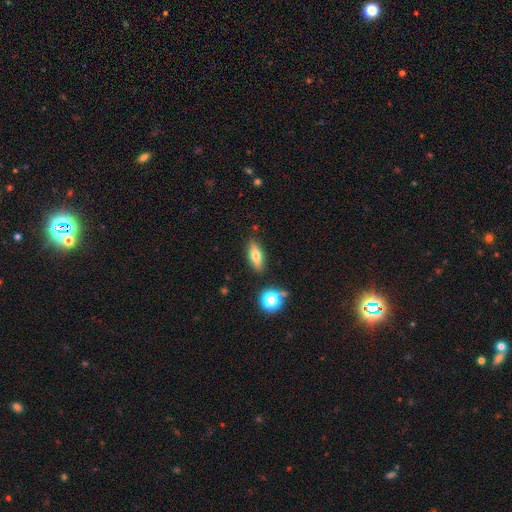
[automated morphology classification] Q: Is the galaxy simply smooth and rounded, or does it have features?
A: smooth — 65%.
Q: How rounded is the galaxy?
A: in between — 63%.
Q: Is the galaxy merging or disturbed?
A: none — 85%.